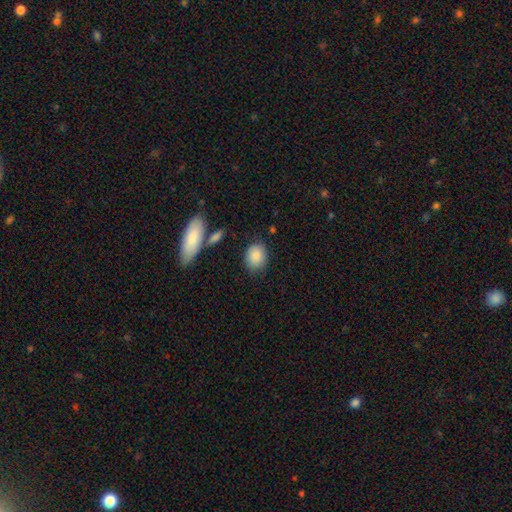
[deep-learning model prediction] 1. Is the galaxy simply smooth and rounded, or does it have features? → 86% smooth, 7% featured or disk, 7% star or artifact.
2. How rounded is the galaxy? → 51% in between, 47% round, 2% cigar-shaped.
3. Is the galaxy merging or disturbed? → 79% none, 13% minor disturbance, 4% merger, 4% major disturbance.